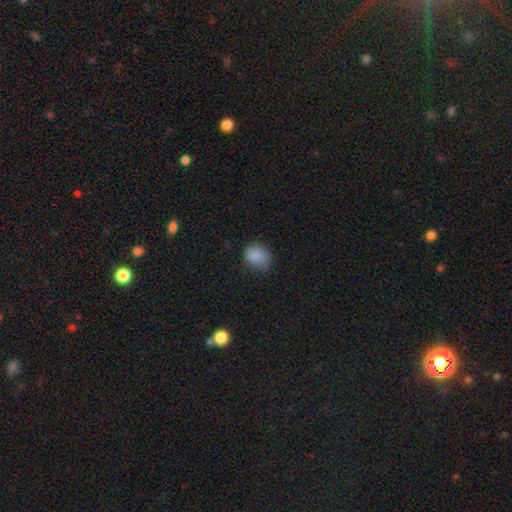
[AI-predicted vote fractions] Morphology: type=smooth (85%); roundness=round (50%); merging=none (57%).